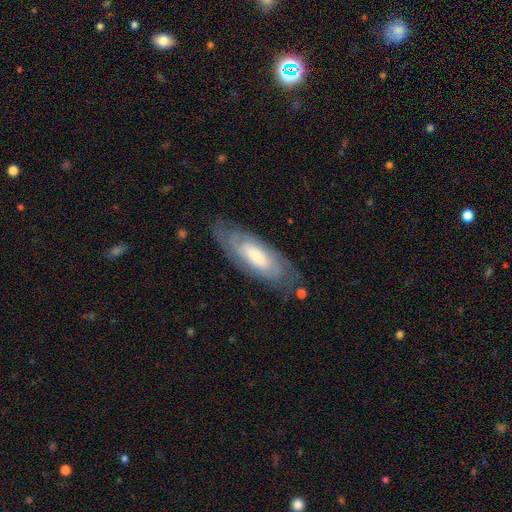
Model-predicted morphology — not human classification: This is likely a featured or disk galaxy (63%). It is clearly not viewed edge-on (82%). Bar: likely no (62%). Spiral arm pattern: clearly yes (80%). Central bulge: marginally moderate (42%). Merging: likely none (74%).